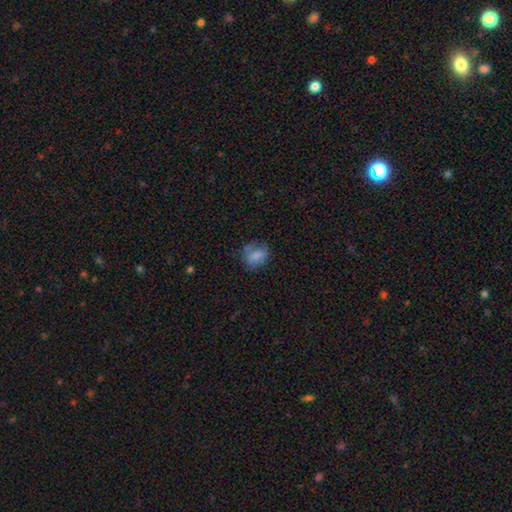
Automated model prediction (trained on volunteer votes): A smooth galaxy with no disk features (71%) that is round (57%).

Vote fractions:
- Smooth or featured? smooth: 71% / featured or disk: 19% / star or artifact: 10%
- How rounded? round: 57% / in between: 42% / cigar-shaped: 1%
- Merging? none: 63% / minor disturbance: 23% / major disturbance: 11% / merger: 2%